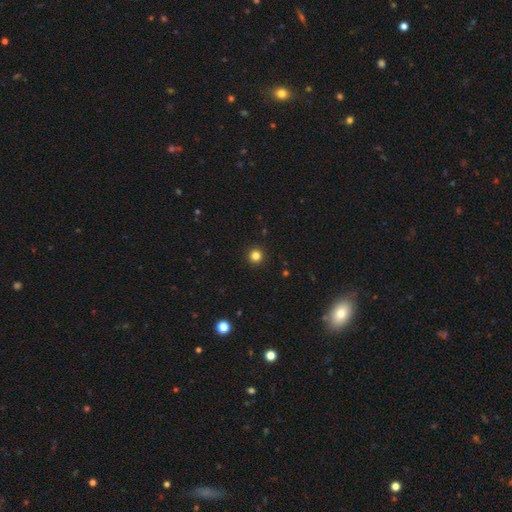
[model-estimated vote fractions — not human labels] Smooth or featured?
  - smooth: 83% *
  - star or artifact: 13%
  - featured or disk: 4%
How rounded?
  - round: 96% *
  - in between: 3%
  - cigar-shaped: 1%
Merging?
  - none: 94% *
  - minor disturbance: 4%
  - major disturbance: 1%
  - merger: 1%